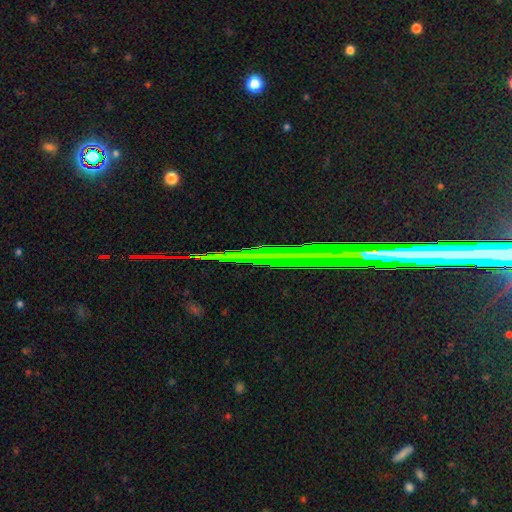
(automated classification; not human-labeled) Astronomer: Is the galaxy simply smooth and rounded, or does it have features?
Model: star or artifact — 58%.